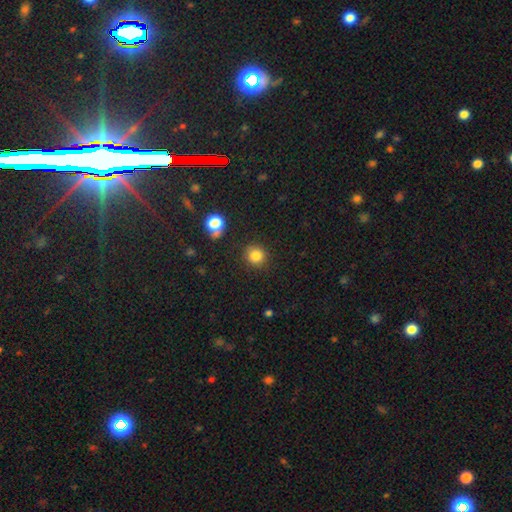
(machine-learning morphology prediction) The model was most divided on "smooth or featured": smooth: 83%, star or artifact: 12%, featured or disk: 5%. More confident: how rounded — round (91%); merging — none (88%).